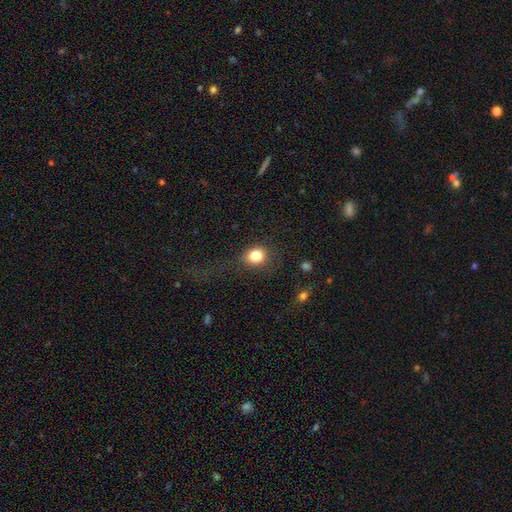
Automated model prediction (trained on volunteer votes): Smooth or featured? Predicted: smooth (p=0.83). How rounded? Predicted: round (p=0.76). Merging? Predicted: none (p=0.73).